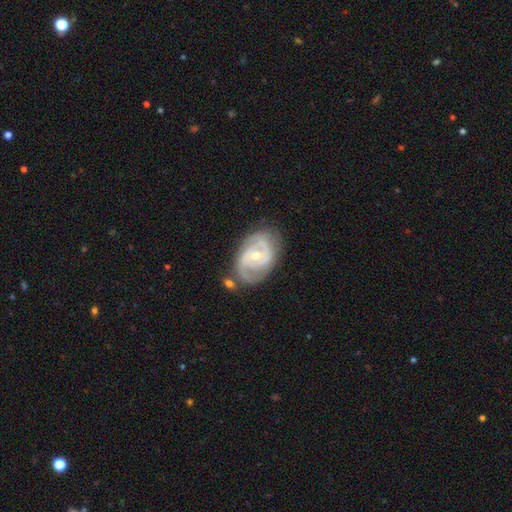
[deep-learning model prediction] smooth_or_featured: featured or disk (p=0.86) [alt: smooth p=0.09]
disk_edge_on: no (p=0.97) [alt: yes p=0.03]
bar: no (p=0.49) [alt: weak p=0.39]
has_spiral_arms: yes (p=0.93) [alt: no p=0.07]
spiral_winding: tight (p=0.51) [alt: medium p=0.40]
spiral_arm_count: 2 (p=0.71) [alt: can't tell p=0.12]
bulge_size: small (p=0.53) [alt: moderate p=0.44]
merging: none (p=0.66) [alt: minor disturbance p=0.21]